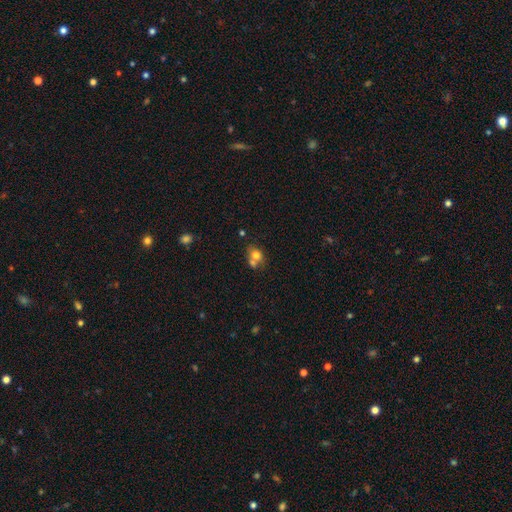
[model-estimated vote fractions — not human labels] Smooth or featured: smooth — 73% (featured or disk — 15%)
How rounded: round — 60% (in between — 39%)
Merging: merger — 48% (none — 39%)